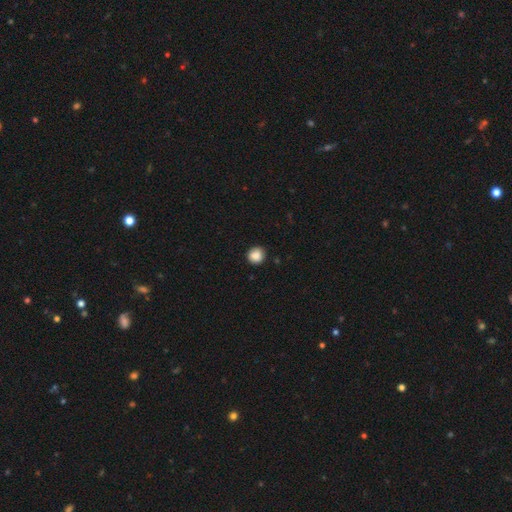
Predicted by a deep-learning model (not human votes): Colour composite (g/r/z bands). It shows a smooth galaxy with no disk features (87%) that is round (90%). Merging: none (86%).